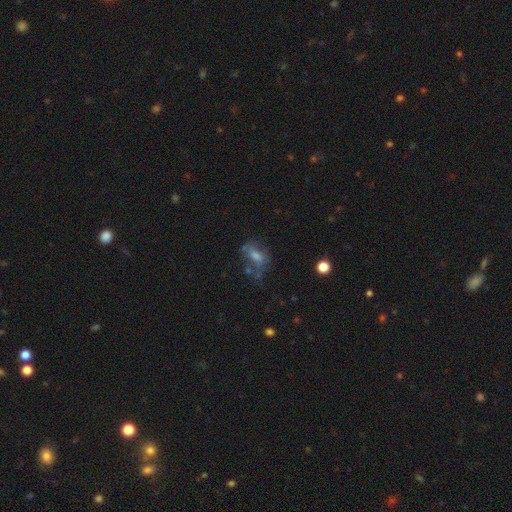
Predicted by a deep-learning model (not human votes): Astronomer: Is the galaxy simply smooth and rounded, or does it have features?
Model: smooth — 43% (runner-up: featured or disk, 41%).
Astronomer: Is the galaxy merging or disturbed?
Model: none — 41% (runner-up: major disturbance, 26%).